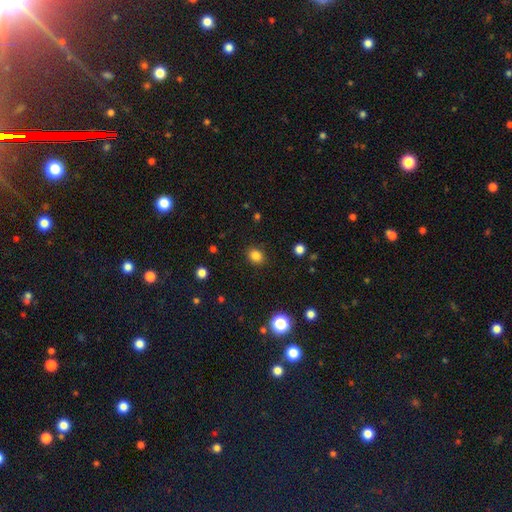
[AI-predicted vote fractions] Smooth or featured? Predicted: smooth (p=0.83). How rounded? Predicted: round (p=0.61). Merging? Predicted: none (p=0.89).